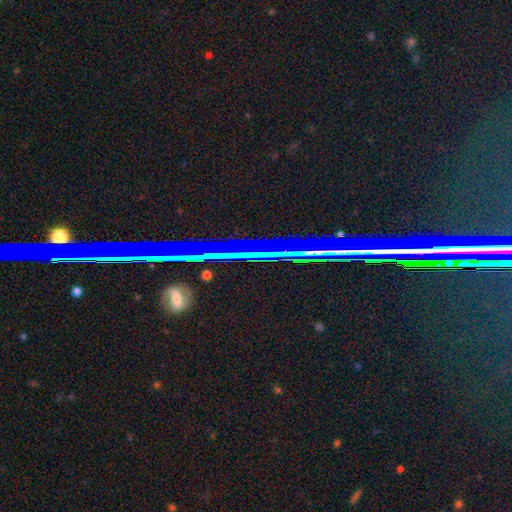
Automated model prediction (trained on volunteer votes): star or artifact 82%, featured or disk 10%, smooth 8%.